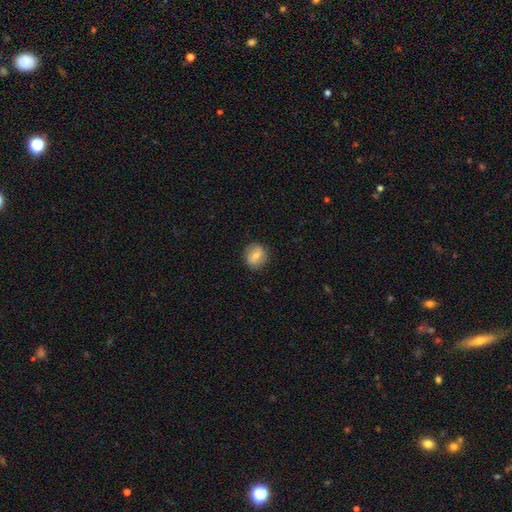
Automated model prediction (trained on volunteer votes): smooth-or-featured: smooth: 64% | featured or disk: 27% | star or artifact: 9%
  how-rounded: round: 84% | in between: 15% | cigar-shaped: 1%
  merging: none: 86% | minor disturbance: 10% | major disturbance: 3% | merger: 1%